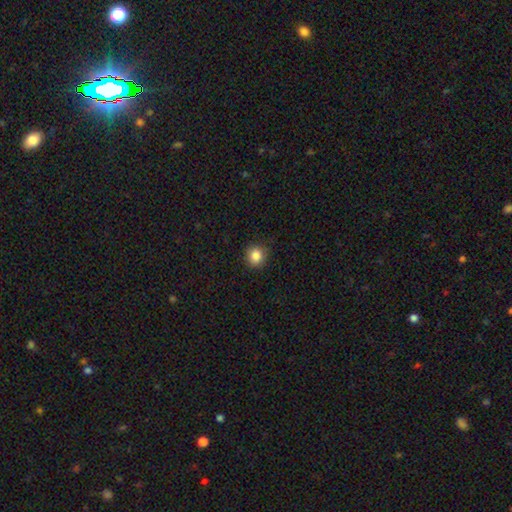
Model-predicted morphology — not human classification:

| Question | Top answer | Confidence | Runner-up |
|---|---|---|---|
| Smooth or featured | smooth | 86% | star or artifact (10%) |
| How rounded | round | 86% | in between (13%) |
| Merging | none | 88% | minor disturbance (8%) |